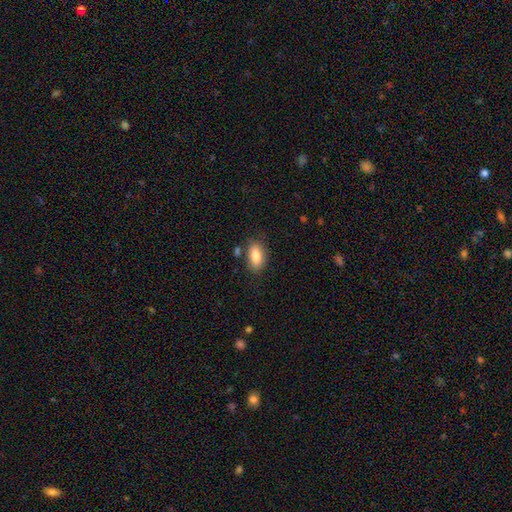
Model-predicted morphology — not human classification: A smooth galaxy with no disk features (83%) that is in between round and cigar-shaped (90%). Merging: none (75%).